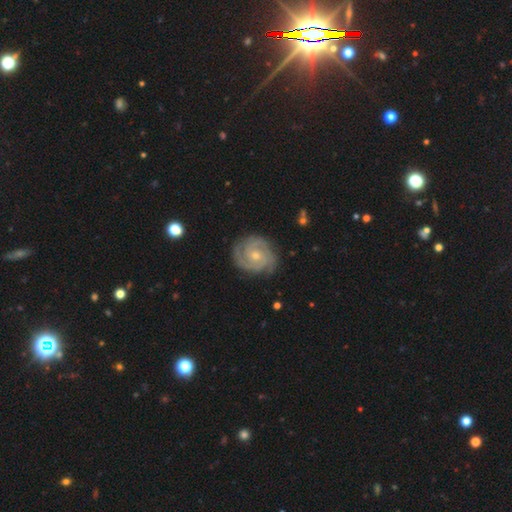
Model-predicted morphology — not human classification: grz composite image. It shows a featured or disk galaxy (89%) with no bar (69%), 2 (38%) tight (72%) spiral arms (98%) and a small central bulge (62%). Merging: none (82%).